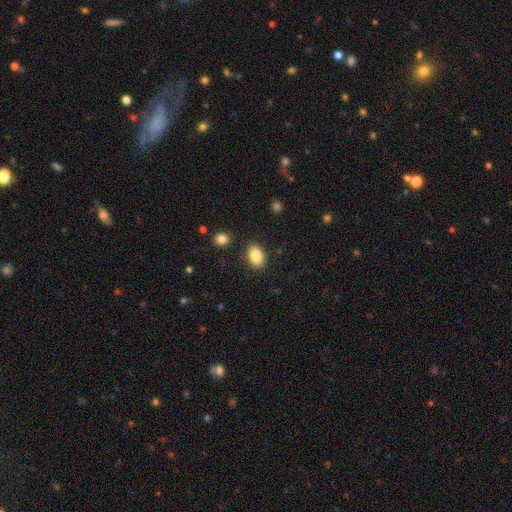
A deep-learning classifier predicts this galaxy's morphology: The model was most divided on "how rounded": in between: 84%, round: 15%, cigar-shaped: 1%. More confident: smooth or featured — smooth (87%); merging — none (86%).